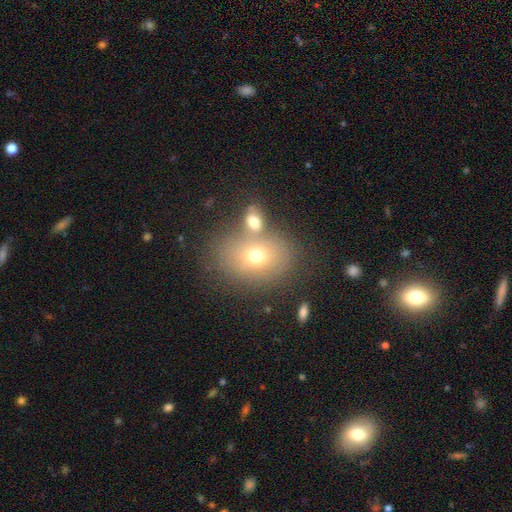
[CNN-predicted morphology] type=smooth (66%); roundness=in between (62%); merging=none (55%).